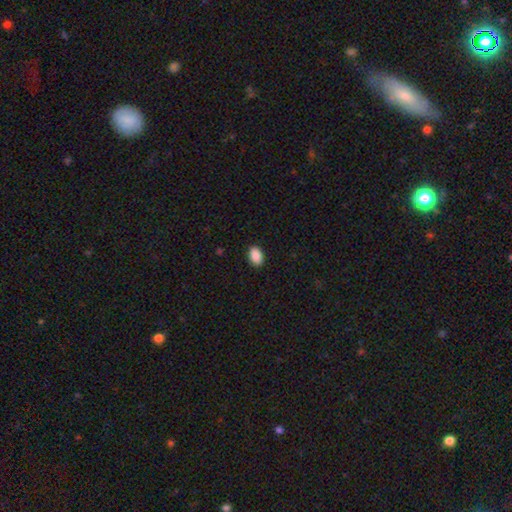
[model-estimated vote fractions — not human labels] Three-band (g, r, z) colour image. It shows a smooth galaxy with no disk features (90%) that is in between round and cigar-shaped (87%). Merging: none (89%).